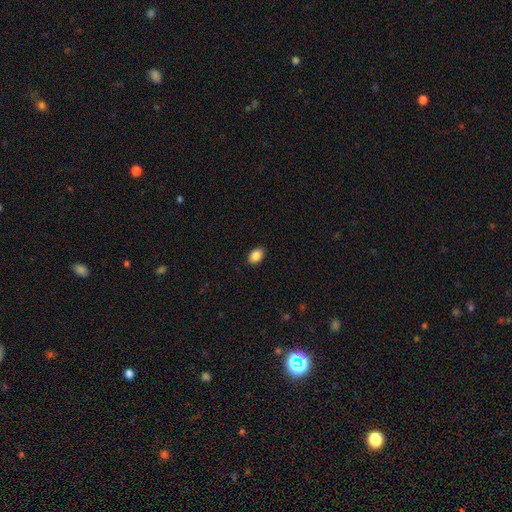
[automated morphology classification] smooth-or-featured: smooth: 87% | star or artifact: 8% | featured or disk: 5%
  how-rounded: in between: 83% | round: 16% | cigar-shaped: 1%
  merging: none: 89% | minor disturbance: 8% | major disturbance: 2% | merger: 1%